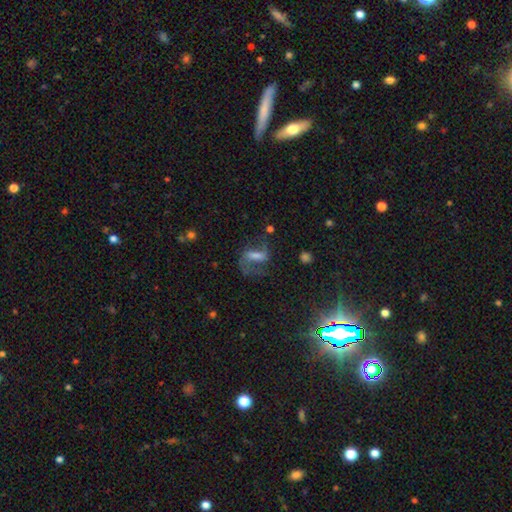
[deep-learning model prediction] Morphology: type=featured or disk (59%); edge-on=no (90%); bar=strong (53%); spiral arms=yes (82%); bulge=moderate (34%); merging=none (60%).